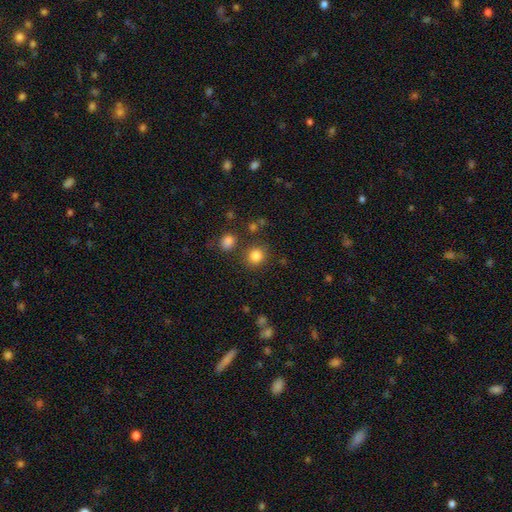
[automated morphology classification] smooth_or_featured: smooth (p=0.84) [alt: star or artifact p=0.12]
how_rounded: round (p=0.81) [alt: in between p=0.18]
merging: none (p=0.80) [alt: minor disturbance p=0.09]